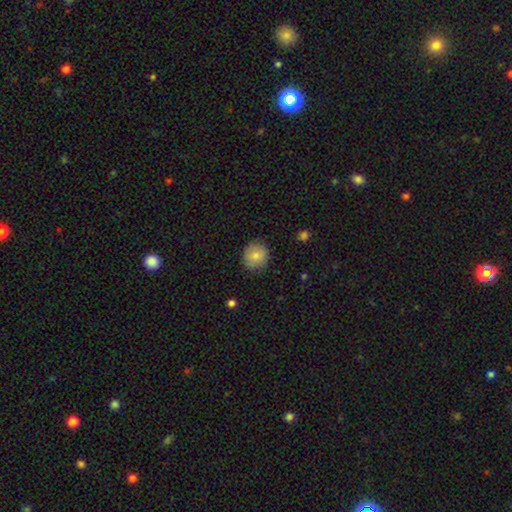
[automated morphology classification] Smooth or featured? Predicted: smooth (p=0.82). How rounded? Predicted: round (p=0.86). Merging? Predicted: none (p=0.87).